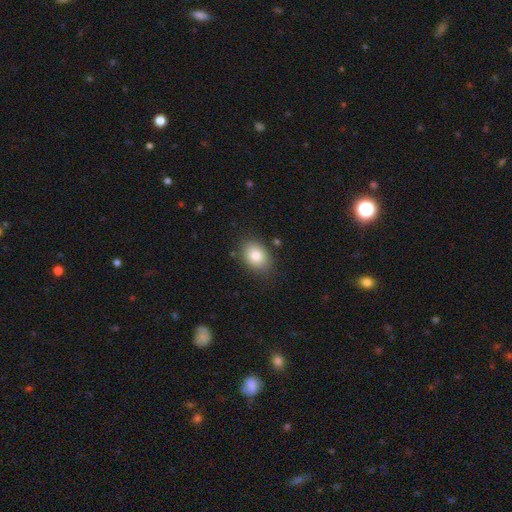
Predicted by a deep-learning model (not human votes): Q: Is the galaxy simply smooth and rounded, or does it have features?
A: smooth — 82%.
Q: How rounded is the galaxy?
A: in between — 68%.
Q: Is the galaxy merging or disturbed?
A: none — 83%.